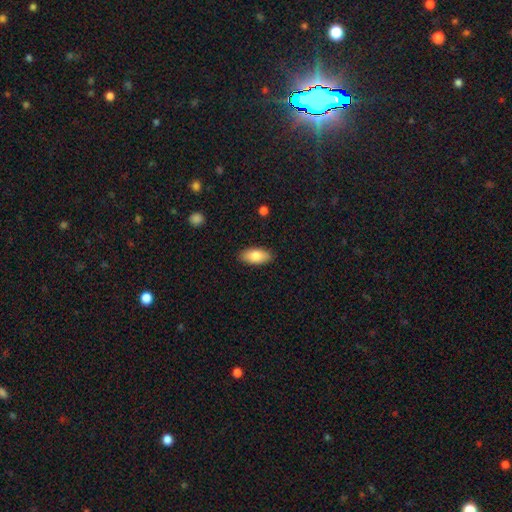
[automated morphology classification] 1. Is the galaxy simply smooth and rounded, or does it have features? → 82% smooth, 11% featured or disk, 6% star or artifact.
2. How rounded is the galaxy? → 91% in between, 7% cigar-shaped, 3% round.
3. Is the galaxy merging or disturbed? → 88% none, 9% minor disturbance, 2% major disturbance, 1% merger.